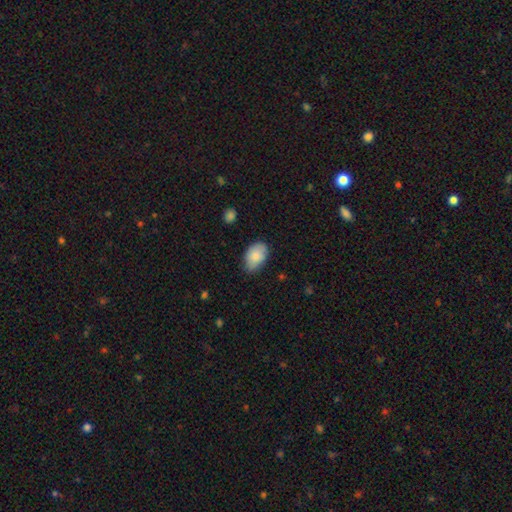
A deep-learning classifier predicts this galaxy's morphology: Q: Smooth or featured?
A: smooth (85%); runner-up: featured or disk (9%)
Q: How rounded?
A: in between (90%); runner-up: round (9%)
Q: Merging?
A: none (71%); runner-up: minor disturbance (24%)